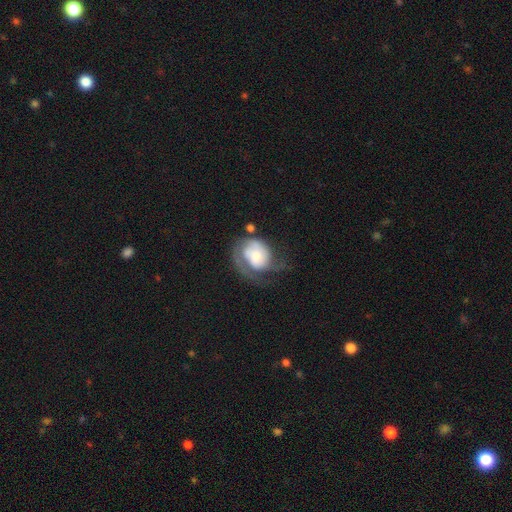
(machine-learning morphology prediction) Smooth or featured?
  - featured or disk: 67% *
  - smooth: 27%
  - star or artifact: 6%
Edge-on disk?
  - no: 98% *
  - yes: 2%
Bar?
  - no: 69% *
  - weak: 25%
  - strong: 5%
Spiral arms?
  - yes: 84% *
  - no: 16%
Spiral winding?
  - tight: 39% *
  - medium: 37%
  - loose: 24%
Spiral arm count?
  - 1: 54% *
  - 2: 26%
  - can't tell: 13%
  - 3: 4%
  - 4: 2%
  - more than 4: 2%
Bulge size?
  - moderate: 33% *
  - large: 30%
  - small: 22%
  - none: 8%
  - dominant: 7%
Merging?
  - major disturbance: 39% *
  - none: 33%
  - minor disturbance: 21%
  - merger: 7%